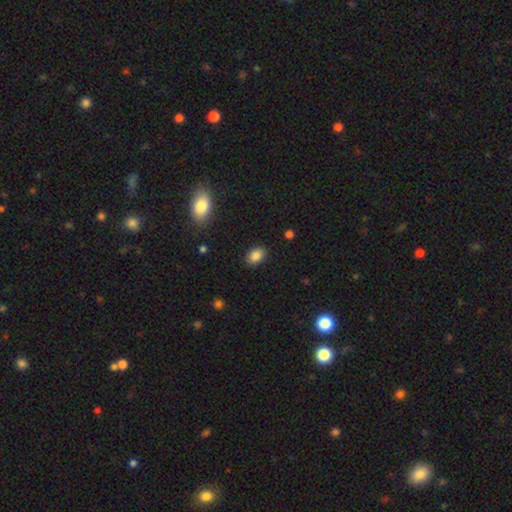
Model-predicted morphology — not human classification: Smooth or featured? Predicted: smooth (p=0.86). How rounded? Predicted: in between (p=0.81). Merging? Predicted: none (p=0.88).